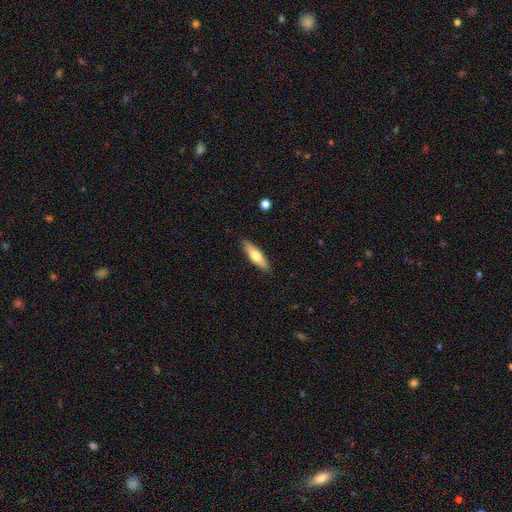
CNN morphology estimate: Overall: smooth (58%; featured or disk 37%). How rounded: cigar-shaped (63%; in between 35%). Merging: none (89%).